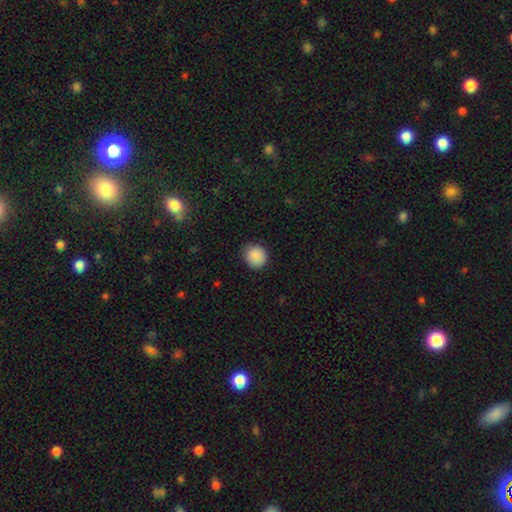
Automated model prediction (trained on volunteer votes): Q: Smooth or featured?
A: smooth (89%); runner-up: star or artifact (8%)
Q: How rounded?
A: round (84%); runner-up: in between (16%)
Q: Merging?
A: none (85%); runner-up: minor disturbance (12%)